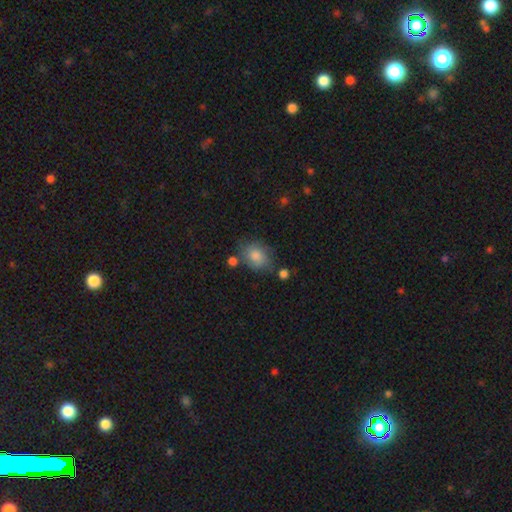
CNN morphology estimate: smooth 78%, featured or disk 13%, star or artifact 9%. Down the decision tree: how rounded — in between (60%); merging — none (62%).